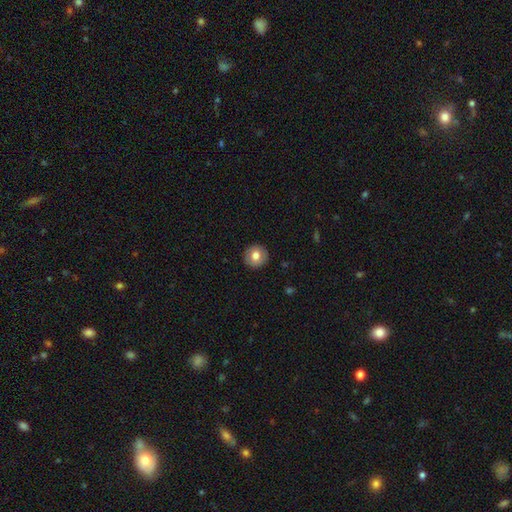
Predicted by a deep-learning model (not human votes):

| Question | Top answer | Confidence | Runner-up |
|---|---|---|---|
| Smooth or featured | smooth | 75% | featured or disk (17%) |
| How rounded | round | 93% | in between (6%) |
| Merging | none | 91% | minor disturbance (6%) |